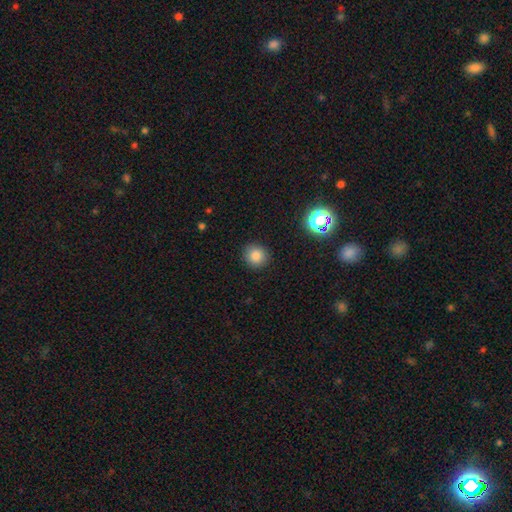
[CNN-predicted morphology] smooth-or-featured: smooth: 83% | star or artifact: 12% | featured or disk: 4%
  how-rounded: round: 91% | in between: 8% | cigar-shaped: 1%
  merging: none: 90% | minor disturbance: 6% | major disturbance: 2% | merger: 1%